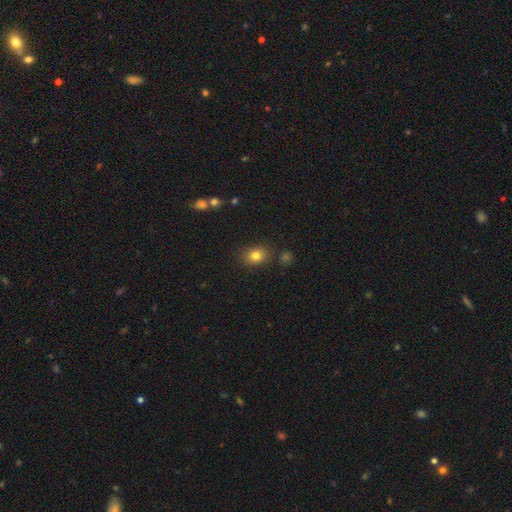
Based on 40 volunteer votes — This appears to be a smooth galaxy with no disk features (90%) that is round (69%). Merging: none (82%).